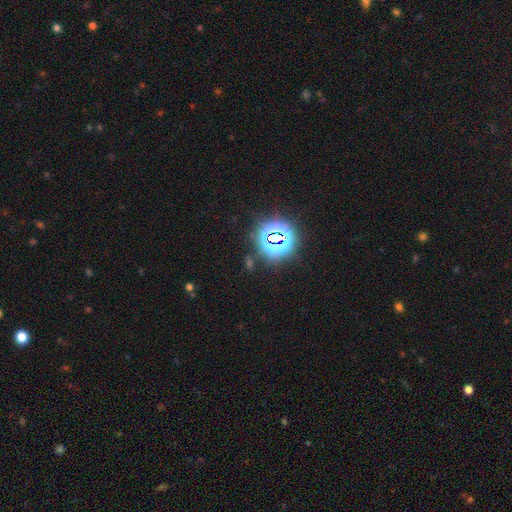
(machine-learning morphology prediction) smooth_or_featured: star or artifact (p=0.81) [alt: smooth p=0.12]